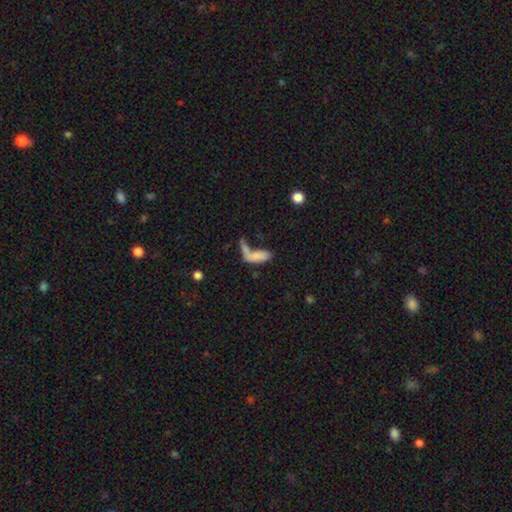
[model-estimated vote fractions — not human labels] Q: Smooth or featured?
A: smooth (68%); runner-up: featured or disk (21%)
Q: How rounded?
A: in between (71%); runner-up: cigar-shaped (24%)
Q: Merging?
A: merger (39%); runner-up: major disturbance (25%)